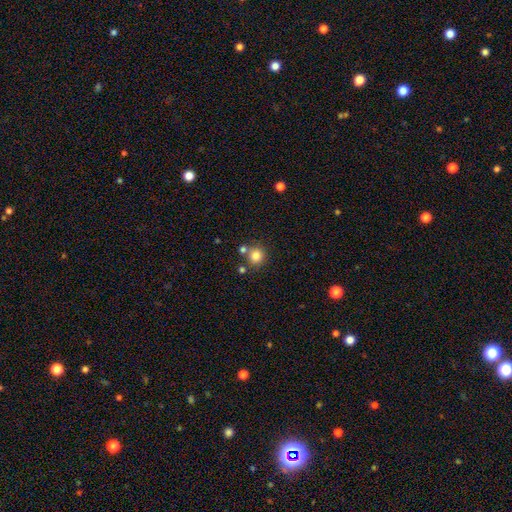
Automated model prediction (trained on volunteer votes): Overall: smooth (81%). How rounded: round (91%). Merging: none (72%).